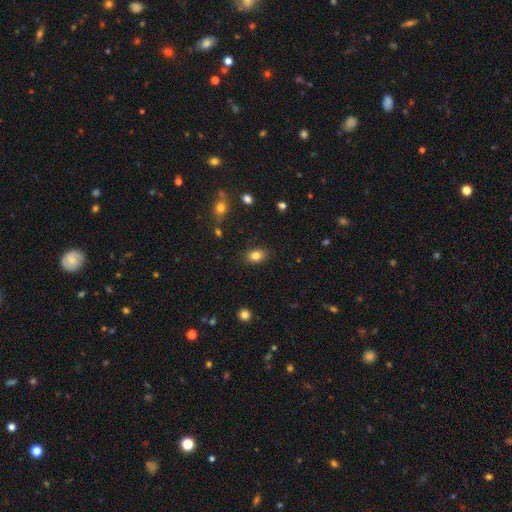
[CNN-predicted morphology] smooth 83%, star or artifact 10%, featured or disk 7%. Down the decision tree: how rounded — in between (81%); merging — none (85%).